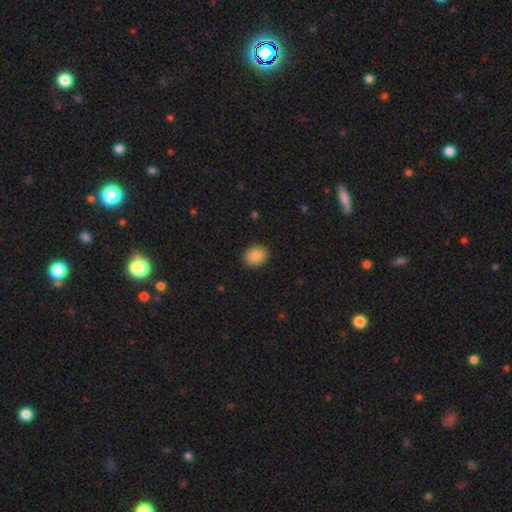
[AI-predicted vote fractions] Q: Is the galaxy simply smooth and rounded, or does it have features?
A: smooth — 88%.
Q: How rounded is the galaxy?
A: round — 56%.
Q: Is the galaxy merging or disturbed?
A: none — 90%.